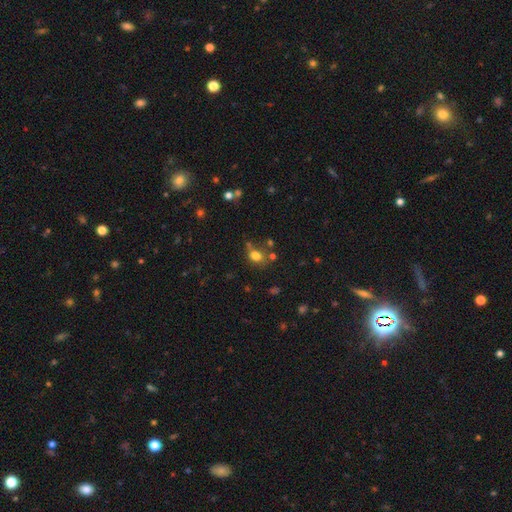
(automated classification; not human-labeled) A smooth galaxy with no disk features (75%) that is round (57%).

Vote fractions:
- Smooth or featured? smooth: 75% / star or artifact: 15% / featured or disk: 9%
- How rounded? round: 57% / in between: 42% / cigar-shaped: 1%
- Merging? none: 56% / minor disturbance: 20% / merger: 15% / major disturbance: 9%